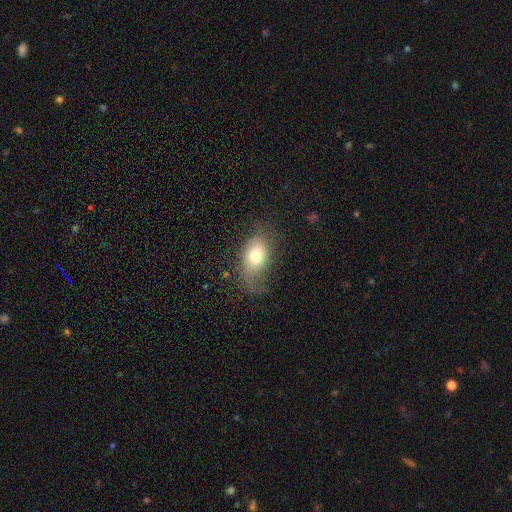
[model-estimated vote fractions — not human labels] A smooth galaxy with no disk features (72%) that is in between round and cigar-shaped (82%). Merging: none (48%).